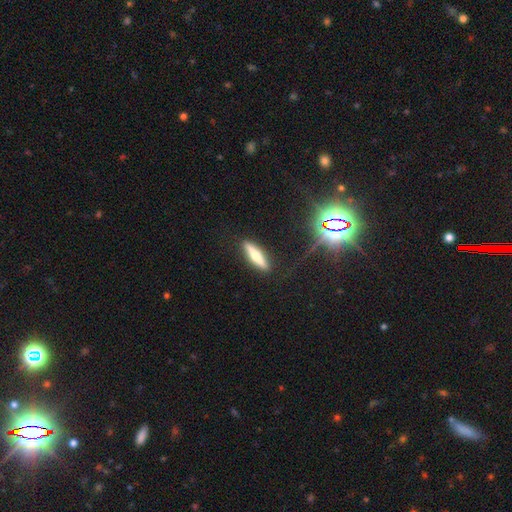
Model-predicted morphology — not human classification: The model was most divided on "smooth or featured": featured or disk: 48%, smooth: 44%, star or artifact: 8%. More confident: merging — none (89%).